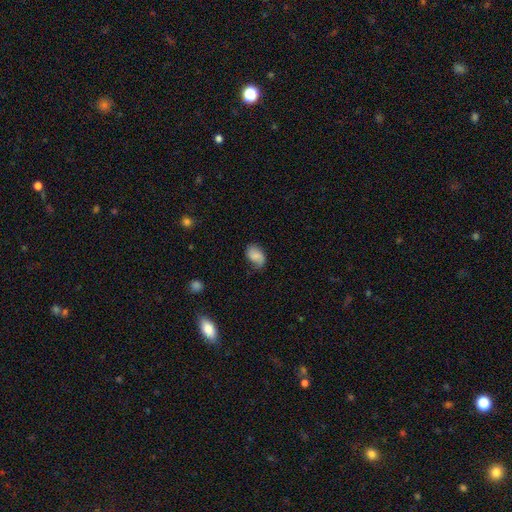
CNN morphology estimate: Smooth or featured? Predicted: smooth (p=0.65). How rounded? Predicted: in between (p=0.86). Merging? Predicted: none (p=0.58).